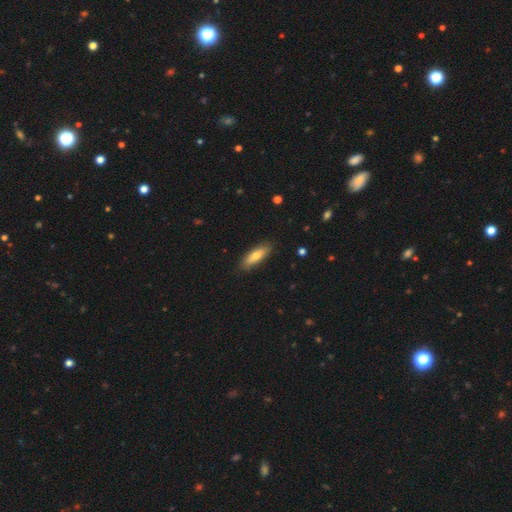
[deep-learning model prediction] smooth-or-featured: smooth: 72% | featured or disk: 21% | star or artifact: 6%
  how-rounded: cigar-shaped: 51% | in between: 47% | round: 2%
  merging: none: 87% | minor disturbance: 10% | major disturbance: 2% | merger: 1%